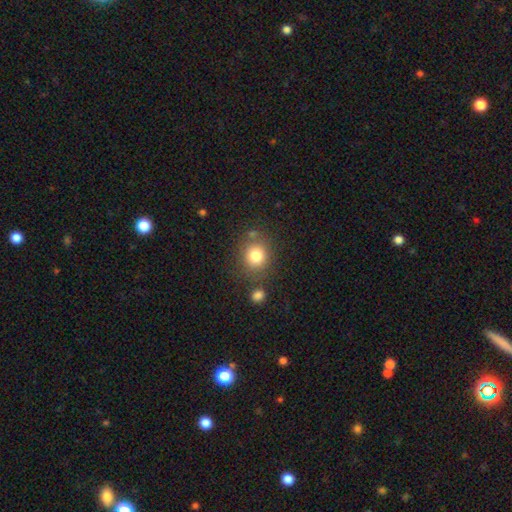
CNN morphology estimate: The model was most divided on "merging": none: 74%, minor disturbance: 12%, merger: 10%, major disturbance: 5%. More confident: how rounded — round (81%); smooth or featured — smooth (81%).